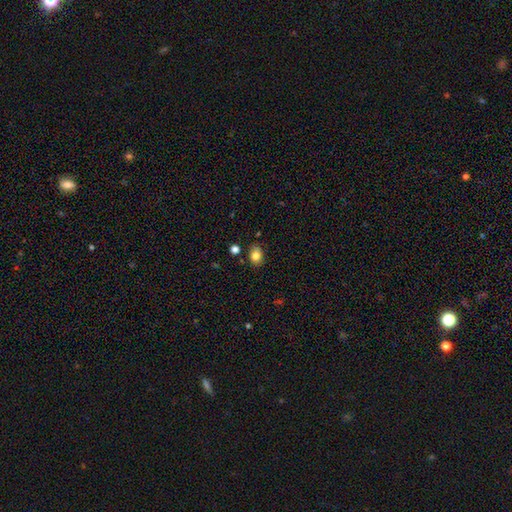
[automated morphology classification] Q: Smooth or featured?
A: smooth (81%); runner-up: star or artifact (10%)
Q: How rounded?
A: in between (67%); runner-up: round (32%)
Q: Merging?
A: none (82%); runner-up: minor disturbance (13%)